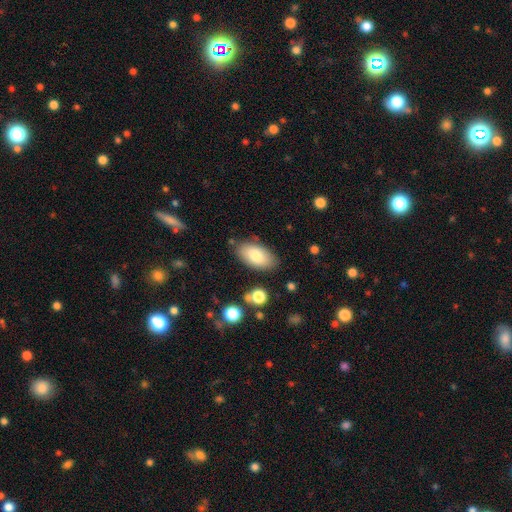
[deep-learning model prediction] smooth 79%, featured or disk 14%, star or artifact 7%. Down the decision tree: how rounded — in between (94%); merging — none (81%).